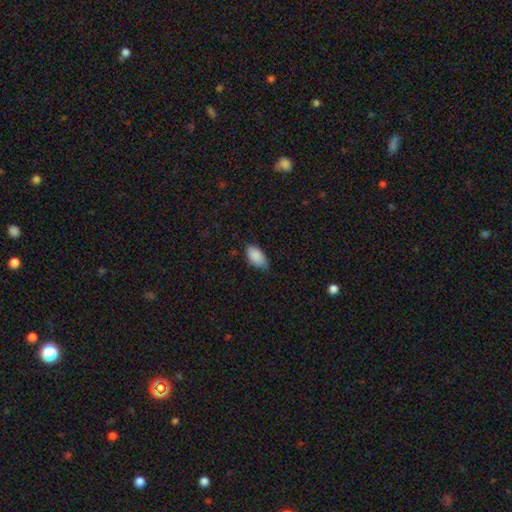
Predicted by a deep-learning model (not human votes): Smooth or featured?
  - smooth: 89% *
  - star or artifact: 7%
  - featured or disk: 5%
How rounded?
  - in between: 94% *
  - cigar-shaped: 3%
  - round: 3%
Merging?
  - none: 72% *
  - minor disturbance: 23%
  - major disturbance: 3%
  - merger: 1%